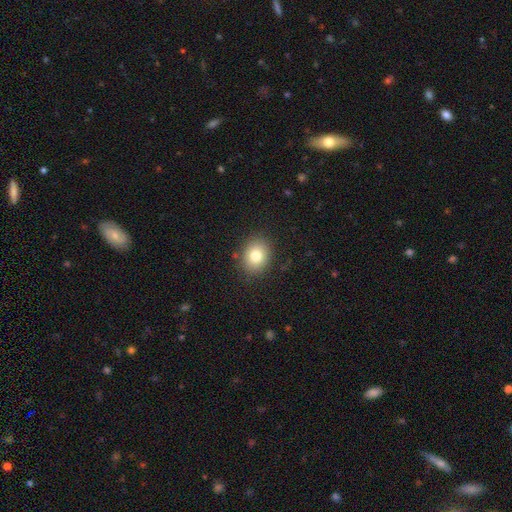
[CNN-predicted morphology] smooth_or_featured: smooth (p=0.80) [alt: star or artifact p=0.10]
how_rounded: round (p=0.52) [alt: in between p=0.48]
merging: none (p=0.86) [alt: minor disturbance p=0.09]